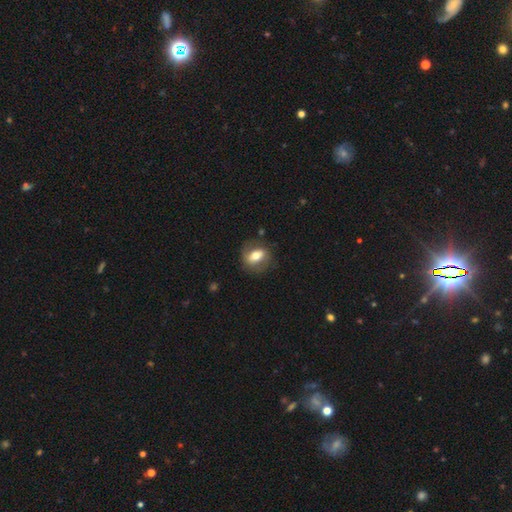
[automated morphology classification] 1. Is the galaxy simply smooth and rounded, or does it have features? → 53% smooth, 39% featured or disk, 8% star or artifact.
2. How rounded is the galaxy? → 59% in between, 38% round, 3% cigar-shaped.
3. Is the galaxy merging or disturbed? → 74% none, 17% minor disturbance, 7% major disturbance, 2% merger.